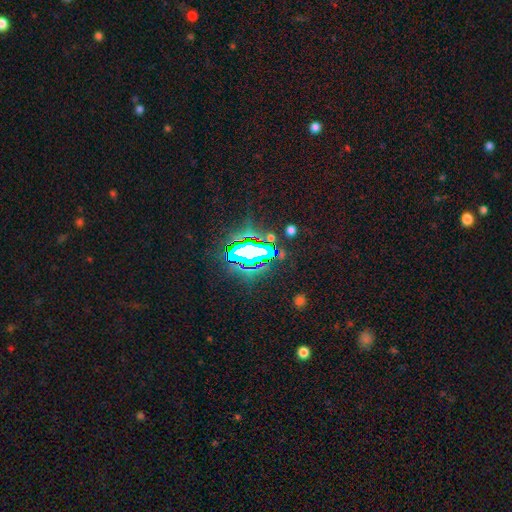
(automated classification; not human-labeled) A star or artifact, not a galaxy (73%).